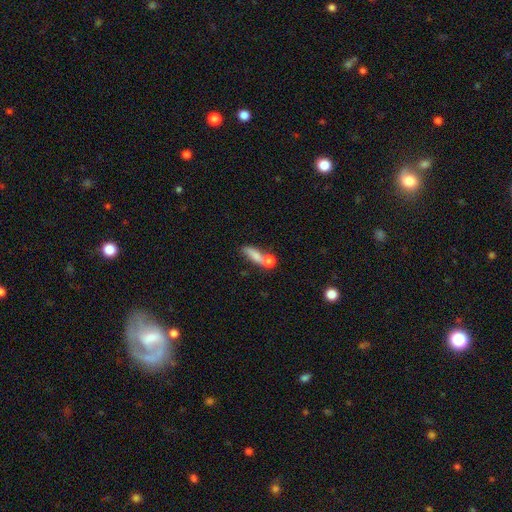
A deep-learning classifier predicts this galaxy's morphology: type=smooth (68%); roundness=in between (43%); merging=merger (44%).